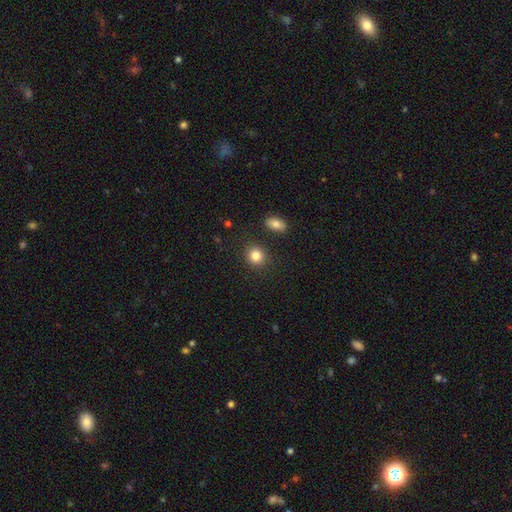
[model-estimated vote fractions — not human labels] This appears to be a smooth galaxy with no disk features (84%) that is round (82%). Merging: none (86%).